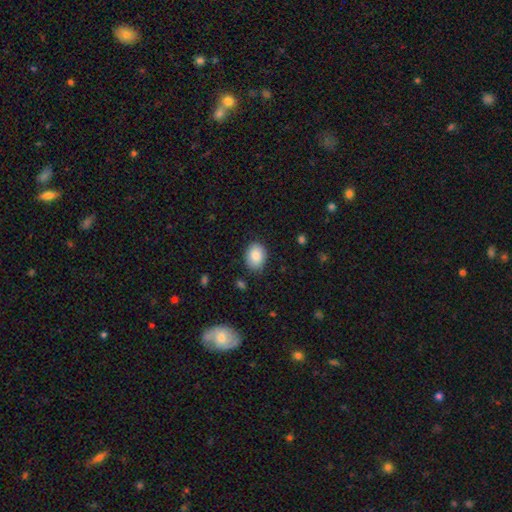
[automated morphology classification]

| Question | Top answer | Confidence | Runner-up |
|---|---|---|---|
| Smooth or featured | smooth | 87% | star or artifact (7%) |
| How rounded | in between | 70% | round (29%) |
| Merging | none | 83% | minor disturbance (13%) |